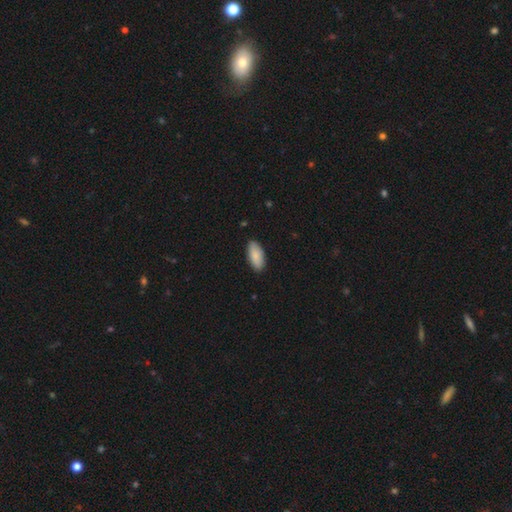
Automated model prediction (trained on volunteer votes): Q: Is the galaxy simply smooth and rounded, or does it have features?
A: smooth — 86%.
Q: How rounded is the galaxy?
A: in between — 89%.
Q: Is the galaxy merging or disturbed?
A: none — 88%.